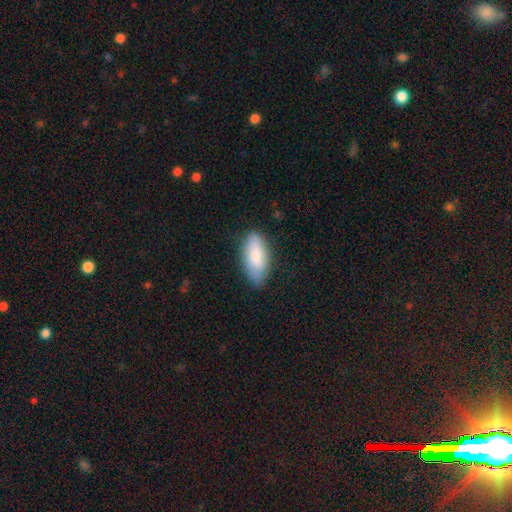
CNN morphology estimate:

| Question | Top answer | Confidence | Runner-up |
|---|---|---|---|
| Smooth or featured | smooth | 81% | featured or disk (14%) |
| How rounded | in between | 86% | cigar-shaped (12%) |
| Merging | none | 78% | minor disturbance (18%) |